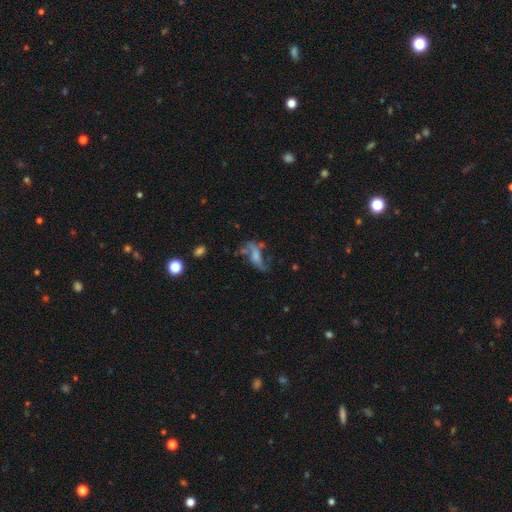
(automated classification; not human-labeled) Smooth or featured: featured or disk — 58% (smooth — 27%)
Edge-on disk: no — 85% (yes — 15%)
Merging: none — 37% (major disturbance — 34%)